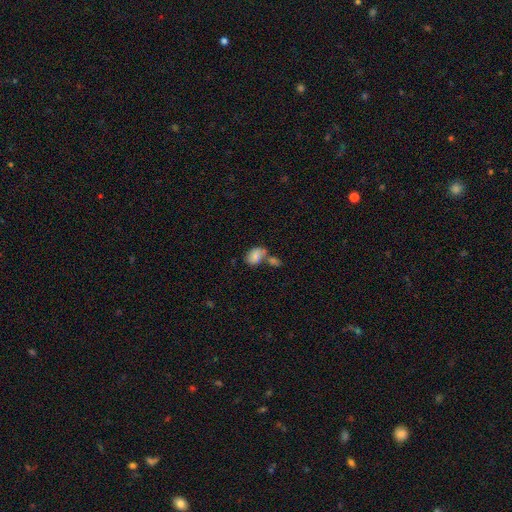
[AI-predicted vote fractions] Smooth or featured? Predicted: smooth (p=0.78). How rounded? Predicted: in between (p=0.82). Merging? Predicted: merger (p=0.49).